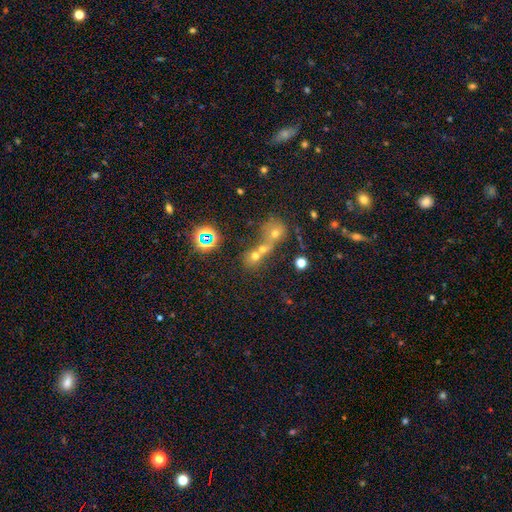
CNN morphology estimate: This is possibly a smooth galaxy (53%). How rounded: likely round (76%). Merging: possibly merger (57%).